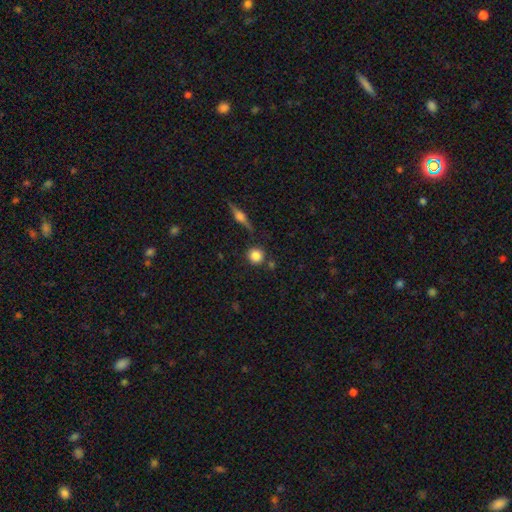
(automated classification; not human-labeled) This is clearly a smooth galaxy (83%). How rounded: clearly round (94%). Merging: clearly none (82%).